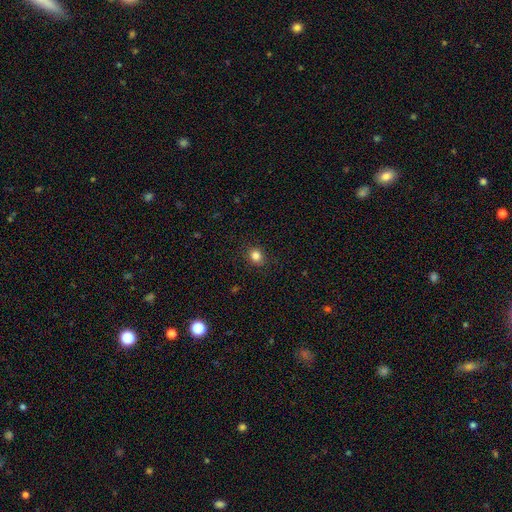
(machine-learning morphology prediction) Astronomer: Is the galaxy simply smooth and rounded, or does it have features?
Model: smooth — 84%.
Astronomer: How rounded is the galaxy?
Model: round — 75%.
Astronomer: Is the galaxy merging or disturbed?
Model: none — 89%.